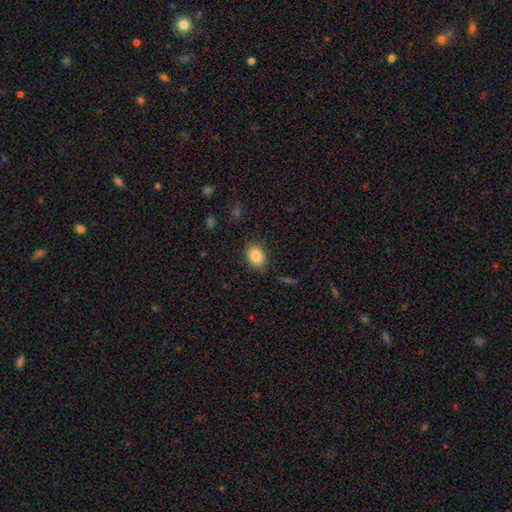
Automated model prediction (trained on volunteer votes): Q: Smooth or featured?
A: smooth (85%); runner-up: star or artifact (8%)
Q: How rounded?
A: in between (74%); runner-up: round (24%)
Q: Merging?
A: none (83%); runner-up: minor disturbance (13%)